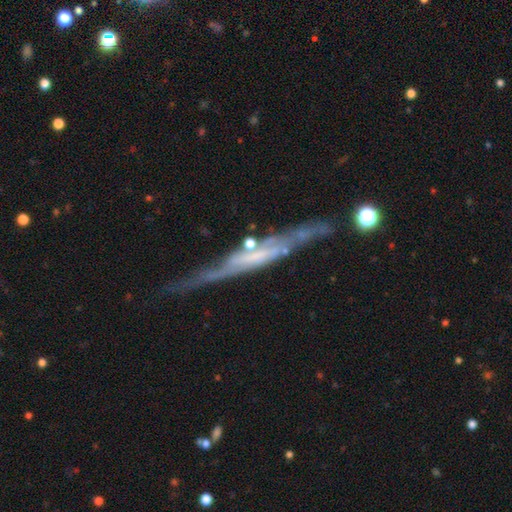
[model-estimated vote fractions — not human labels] Smooth or featured? Predicted: featured or disk (p=0.78). Edge-on disk? Predicted: yes (p=0.82). Edge-on bulge? Predicted: none (p=0.57). Merging? Predicted: none (p=0.59).